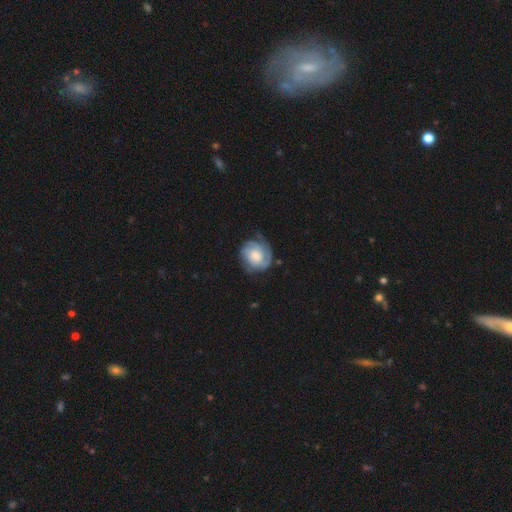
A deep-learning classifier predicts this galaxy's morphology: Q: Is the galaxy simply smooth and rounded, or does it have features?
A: featured or disk — 68%.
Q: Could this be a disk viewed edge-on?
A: no — 98%.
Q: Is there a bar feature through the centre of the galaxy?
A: no — 74%.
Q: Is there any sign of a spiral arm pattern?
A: yes — 91%.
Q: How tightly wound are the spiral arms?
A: tight — 62%.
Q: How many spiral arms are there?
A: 2 — 32%, tied with can't tell.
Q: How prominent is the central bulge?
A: moderate — 42%.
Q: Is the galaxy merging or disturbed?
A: none — 65%.